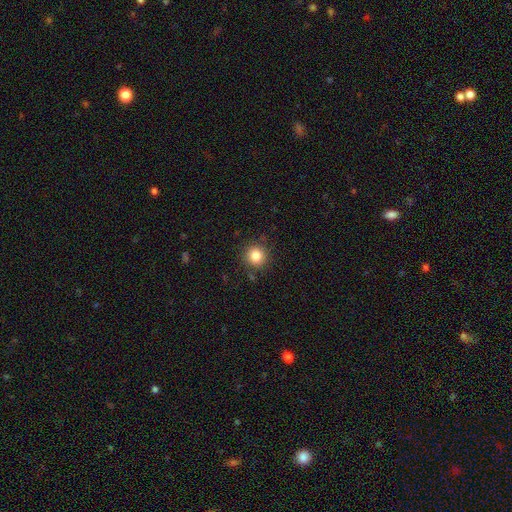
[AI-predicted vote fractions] Morphology: type=smooth (84%); roundness=round (93%); merging=none (87%).